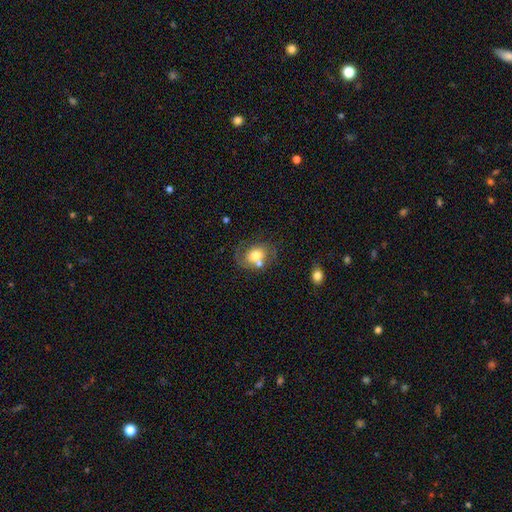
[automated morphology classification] Q: Smooth or featured?
A: smooth (56%); runner-up: featured or disk (34%)
Q: How rounded?
A: in between (60%); runner-up: round (39%)
Q: Merging?
A: none (39%); runner-up: merger (31%)